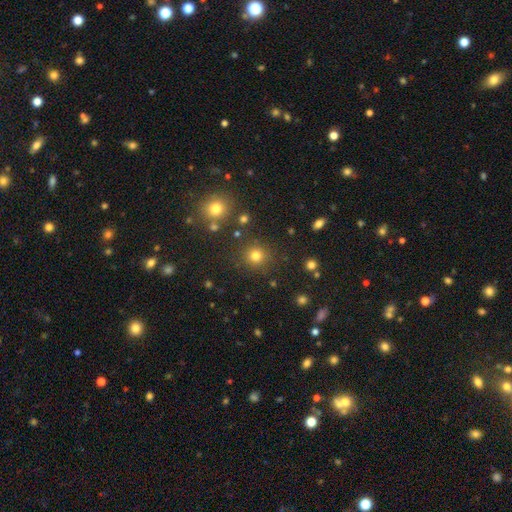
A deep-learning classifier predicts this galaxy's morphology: Smooth or featured?
  - smooth: 78% *
  - star or artifact: 16%
  - featured or disk: 5%
How rounded?
  - round: 93% *
  - in between: 6%
  - cigar-shaped: 1%
Merging?
  - none: 87% *
  - minor disturbance: 7%
  - merger: 4%
  - major disturbance: 3%